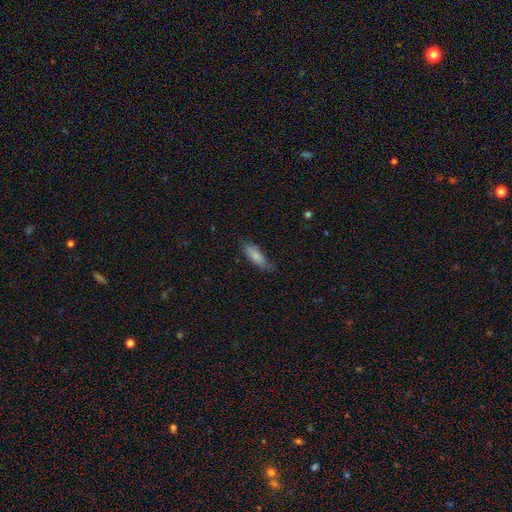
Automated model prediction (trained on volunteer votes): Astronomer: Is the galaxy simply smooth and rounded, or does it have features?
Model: smooth — 82%.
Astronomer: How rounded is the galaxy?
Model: in between — 56% (runner-up: cigar-shaped, 42%).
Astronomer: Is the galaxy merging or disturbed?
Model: none — 70%.